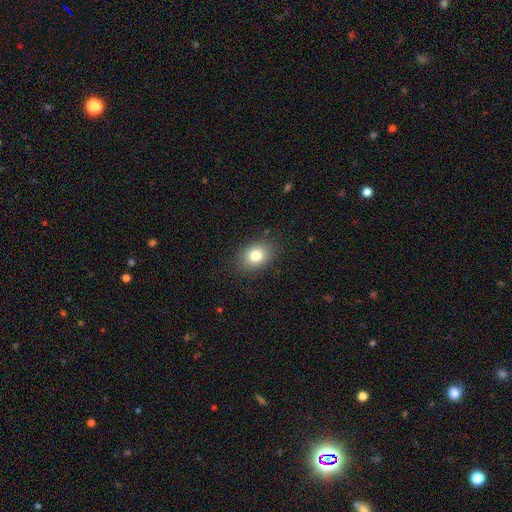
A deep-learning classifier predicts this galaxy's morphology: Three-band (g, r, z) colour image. It shows a smooth galaxy with no disk features (80%) that is in between round and cigar-shaped (64%). Merging: none (85%).